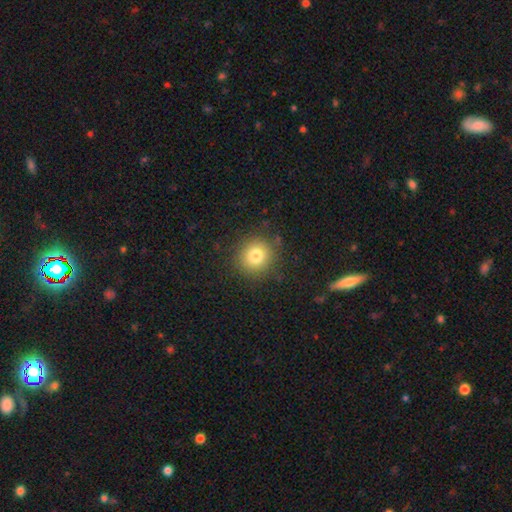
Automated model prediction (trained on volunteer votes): Smooth or featured: smooth — 79% (star or artifact — 12%)
How rounded: round — 90% (in between — 9%)
Merging: none — 87% (minor disturbance — 9%)